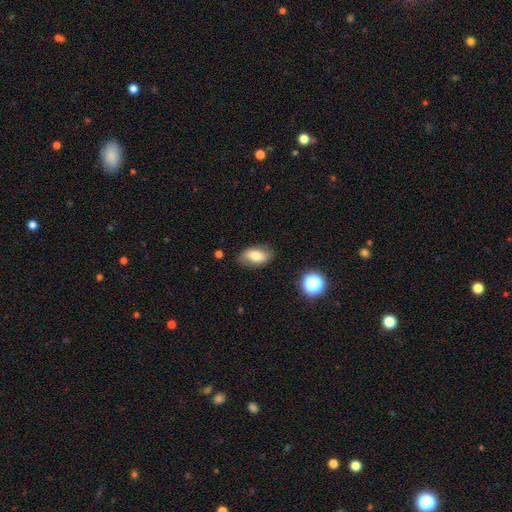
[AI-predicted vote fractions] Smooth or featured? Predicted: smooth (p=0.74). How rounded? Predicted: in between (p=0.90). Merging? Predicted: none (p=0.77).